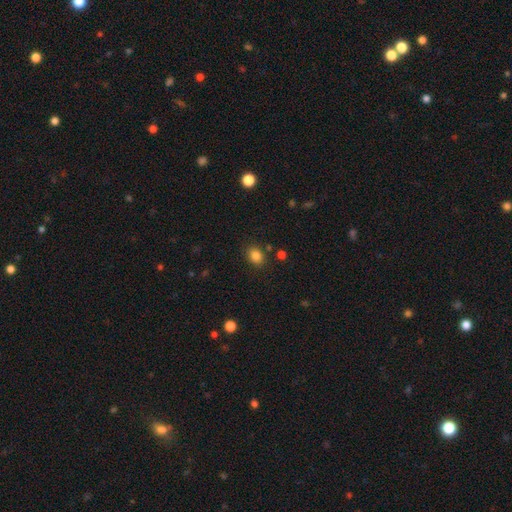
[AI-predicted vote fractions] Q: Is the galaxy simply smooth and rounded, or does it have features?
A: smooth — 83%.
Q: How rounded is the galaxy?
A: round — 50%.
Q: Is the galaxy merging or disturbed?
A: none — 83%.